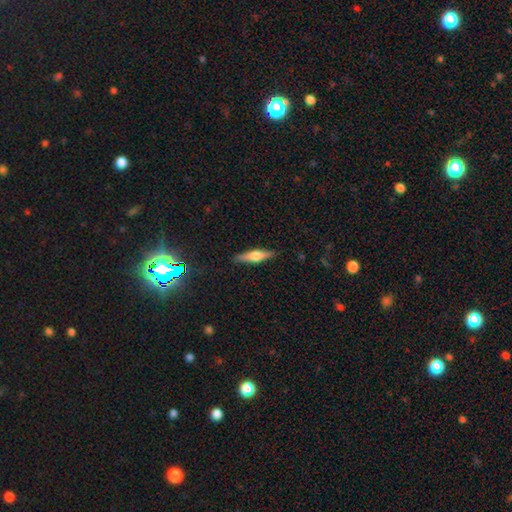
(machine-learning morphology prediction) This appears to be a featured or disk galaxy (54%) viewed edge-on (95%) with a rounded central bulge (92%). Merging: none (89%).